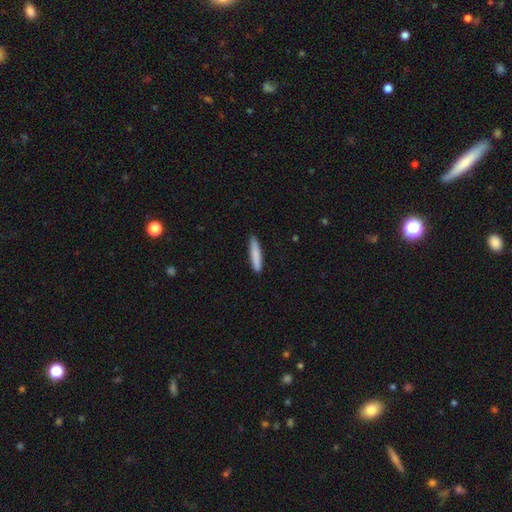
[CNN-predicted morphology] Overall: smooth (83%). How rounded: cigar-shaped (91%). Merging: none (88%).